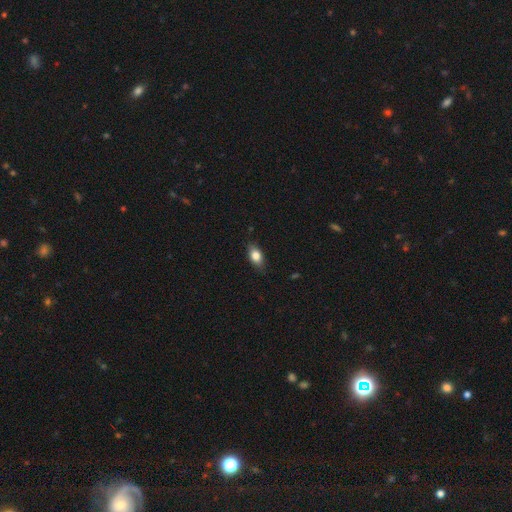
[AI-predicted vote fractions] A smooth galaxy with no disk features (80%) that is in between round and cigar-shaped (85%).

Vote fractions:
- Smooth or featured? smooth: 80% / featured or disk: 12% / star or artifact: 8%
- How rounded? in between: 85% / round: 10% / cigar-shaped: 6%
- Merging? none: 82% / minor disturbance: 15% / major disturbance: 3% / merger: 1%